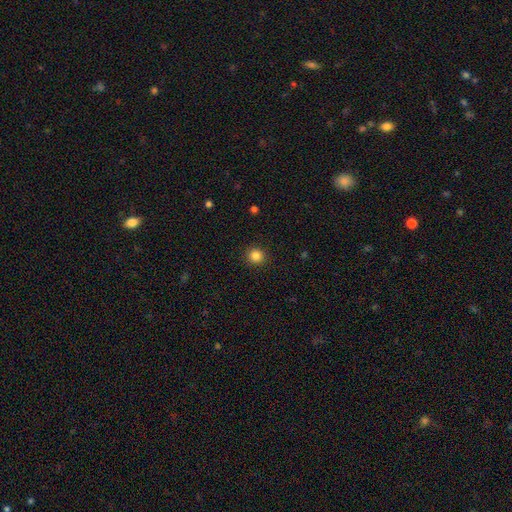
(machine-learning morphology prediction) This appears to be a smooth galaxy with no disk features (85%) that is round (91%). Merging: none (91%).